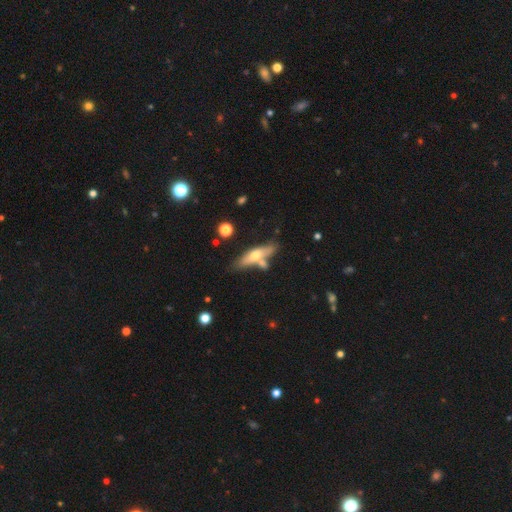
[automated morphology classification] Overall: smooth (50%; featured or disk 44%). Merging: none (58%; merger 22%).